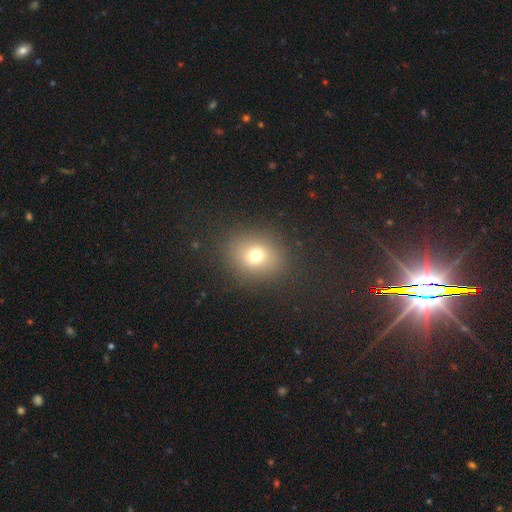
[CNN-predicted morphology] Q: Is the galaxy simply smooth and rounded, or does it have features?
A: smooth — 71%.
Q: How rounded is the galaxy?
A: round — 65%.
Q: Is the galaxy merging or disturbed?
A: none — 85%.